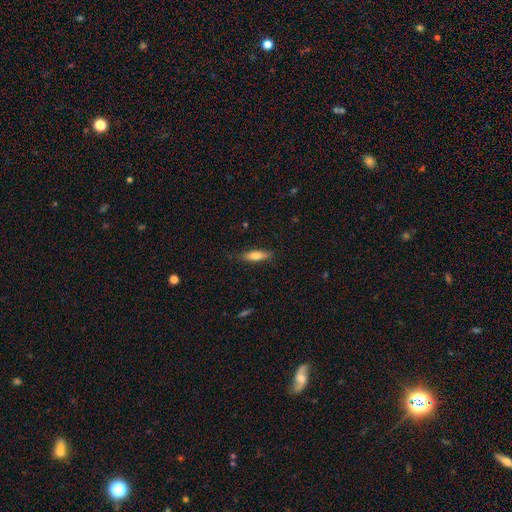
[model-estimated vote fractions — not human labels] This is likely a smooth galaxy (71%). How rounded: possibly cigar-shaped (58%). Merging: clearly none (82%).